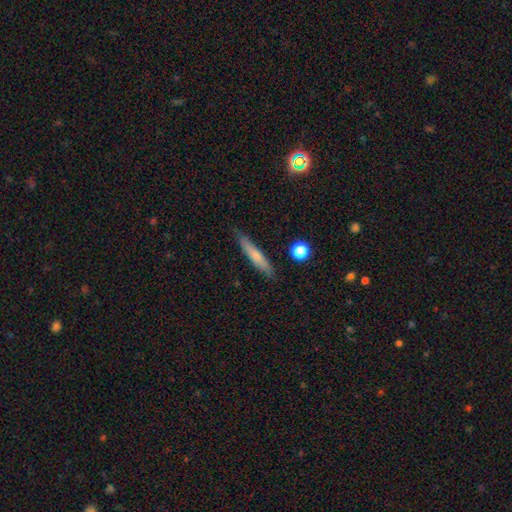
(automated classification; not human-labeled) smooth 63%, featured or disk 30%, star or artifact 7%. Down the decision tree: how rounded — cigar-shaped (90%); merging — none (85%).